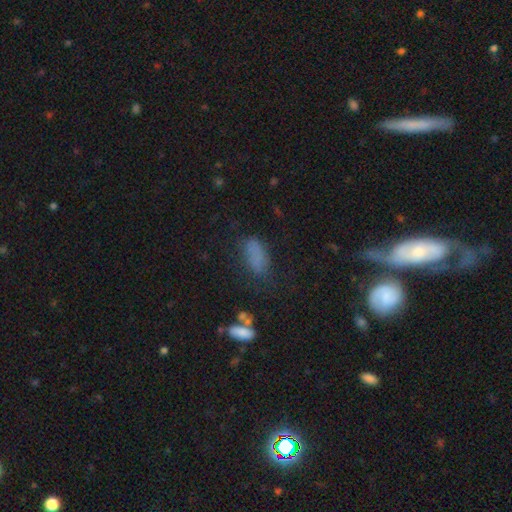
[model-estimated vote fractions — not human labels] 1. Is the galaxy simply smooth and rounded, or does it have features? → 76% smooth, 15% star or artifact, 9% featured or disk.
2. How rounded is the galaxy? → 83% in between, 13% cigar-shaped, 4% round.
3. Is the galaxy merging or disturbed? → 55% none, 25% minor disturbance, 14% major disturbance, 5% merger.